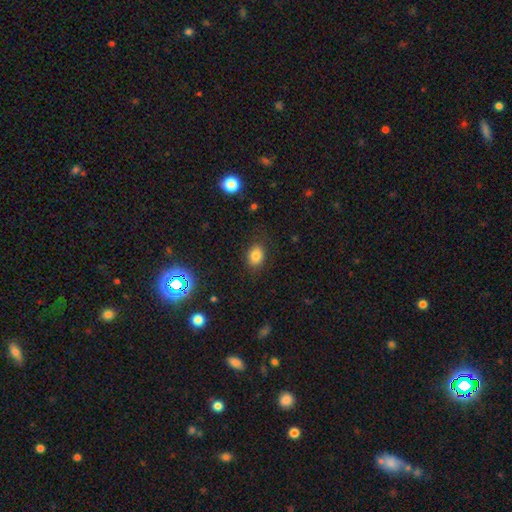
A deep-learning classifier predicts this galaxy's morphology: smooth-or-featured: smooth: 81% | star or artifact: 12% | featured or disk: 7%
  how-rounded: in between: 63% | round: 36% | cigar-shaped: 1%
  merging: none: 83% | minor disturbance: 12% | major disturbance: 4% | merger: 1%